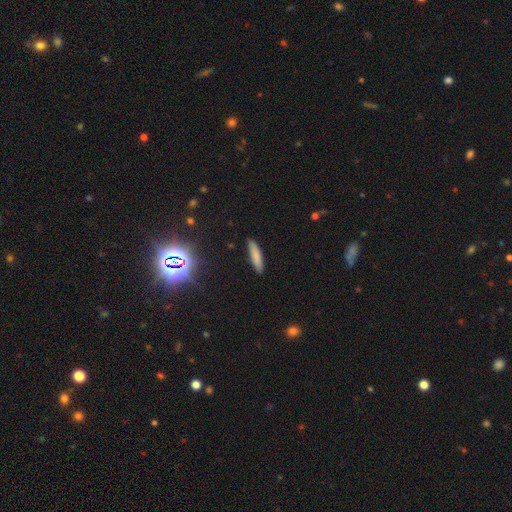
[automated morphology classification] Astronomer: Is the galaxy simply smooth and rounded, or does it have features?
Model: smooth — 80%.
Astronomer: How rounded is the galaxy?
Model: cigar-shaped — 81%.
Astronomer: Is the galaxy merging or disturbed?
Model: none — 88%.